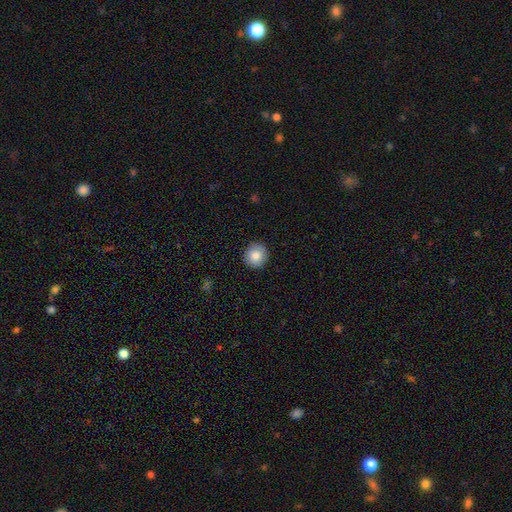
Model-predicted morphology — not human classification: Smooth or featured: smooth — 85% (star or artifact — 8%)
How rounded: round — 92% (in between — 7%)
Merging: none — 91% (minor disturbance — 6%)